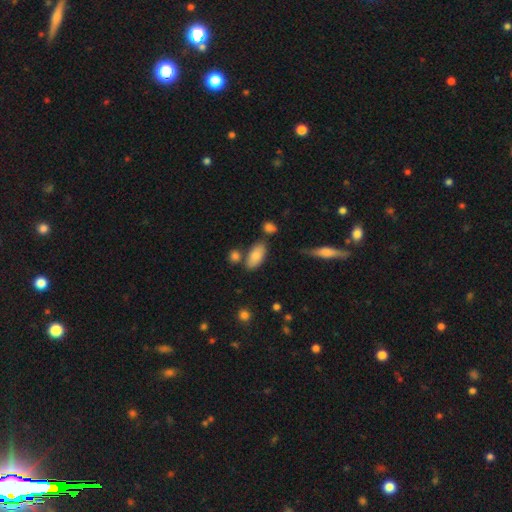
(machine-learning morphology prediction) Q: Smooth or featured?
A: smooth (83%); runner-up: featured or disk (11%)
Q: How rounded?
A: in between (88%); runner-up: cigar-shaped (9%)
Q: Merging?
A: none (71%); runner-up: minor disturbance (14%)